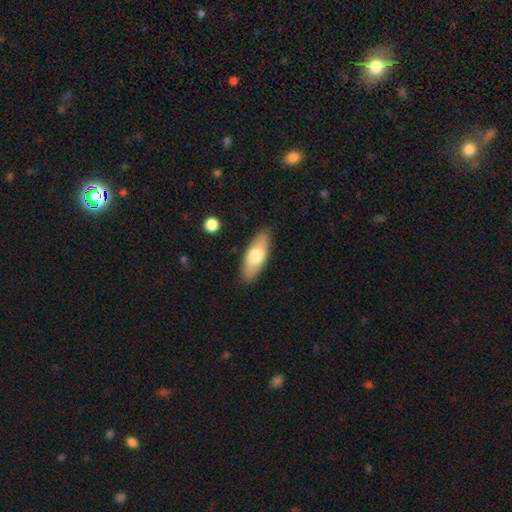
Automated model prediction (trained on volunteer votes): Smooth or featured?
  - smooth: 70% *
  - featured or disk: 25%
  - star or artifact: 6%
How rounded?
  - in between: 72% *
  - cigar-shaped: 26%
  - round: 2%
Merging?
  - none: 87% *
  - minor disturbance: 10%
  - major disturbance: 2%
  - merger: 1%